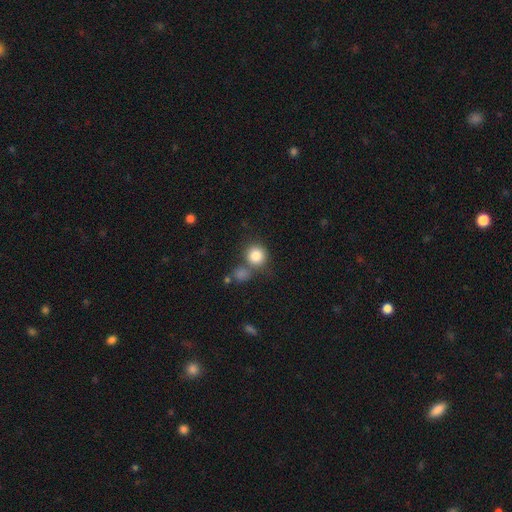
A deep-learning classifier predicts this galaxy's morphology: A smooth galaxy with no disk features (83%) that is round (90%). Merging: none (63%).